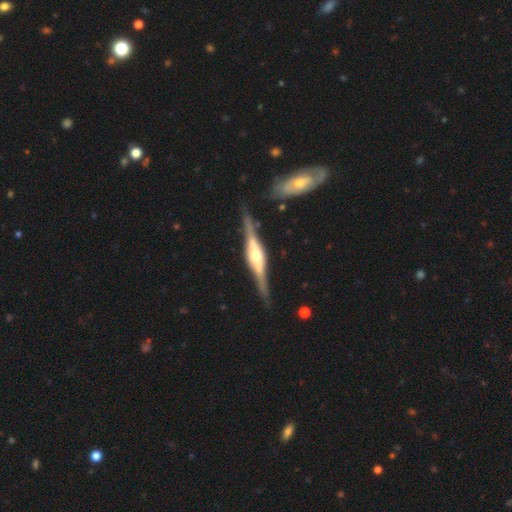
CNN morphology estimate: Smooth or featured? featured or disk (85%)
Edge-on disk? yes (98%)
Edge-on bulge? rounded (77%)
Merging? none (85%)